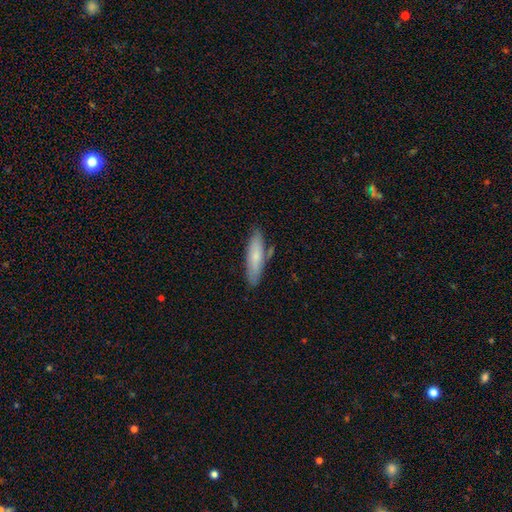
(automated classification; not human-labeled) Smooth or featured? smooth (71%)
How rounded? cigar-shaped (65%)
Merging? none (77%)